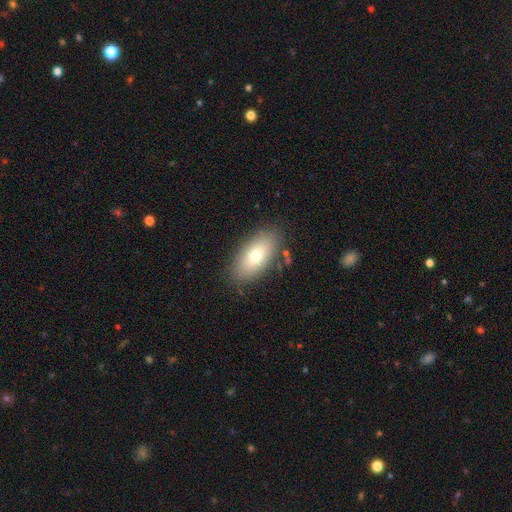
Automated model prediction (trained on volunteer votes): Morphology: type=smooth (71%); roundness=in between (89%); merging=none (84%).